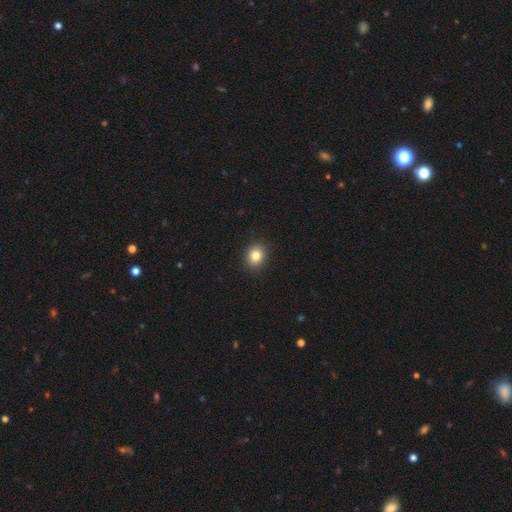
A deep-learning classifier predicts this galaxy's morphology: The model was most divided on "how rounded": round: 72%, in between: 27%, cigar-shaped: 1%. More confident: merging — none (91%); smooth or featured — smooth (83%).